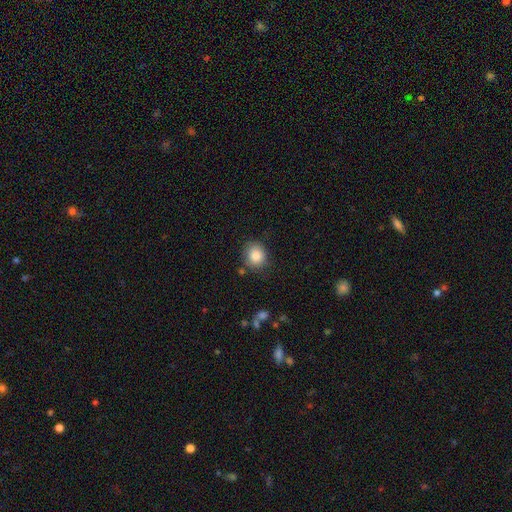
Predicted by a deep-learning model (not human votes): smooth-or-featured: smooth: 85% | star or artifact: 9% | featured or disk: 6%
  how-rounded: round: 76% | in between: 23% | cigar-shaped: 1%
  merging: none: 80% | minor disturbance: 14% | major disturbance: 3% | merger: 3%